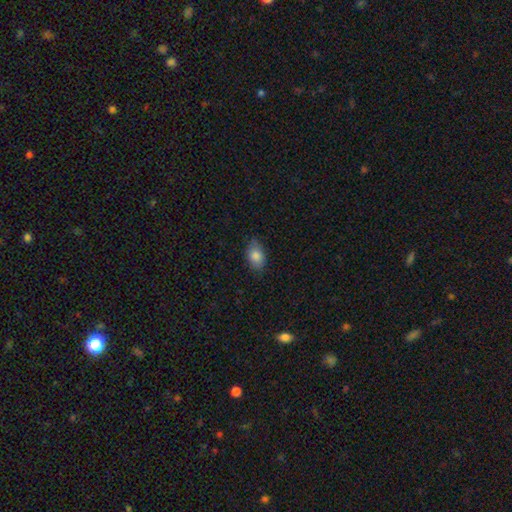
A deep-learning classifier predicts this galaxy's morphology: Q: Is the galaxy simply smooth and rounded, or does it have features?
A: smooth — 84%.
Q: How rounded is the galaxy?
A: in between — 86%.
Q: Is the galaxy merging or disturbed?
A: none — 79%.